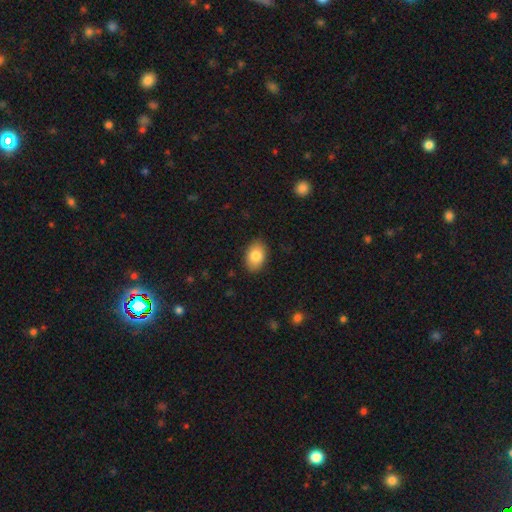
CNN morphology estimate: Smooth or featured? Predicted: smooth (p=0.83). How rounded? Predicted: in between (p=0.86). Merging? Predicted: none (p=0.88).